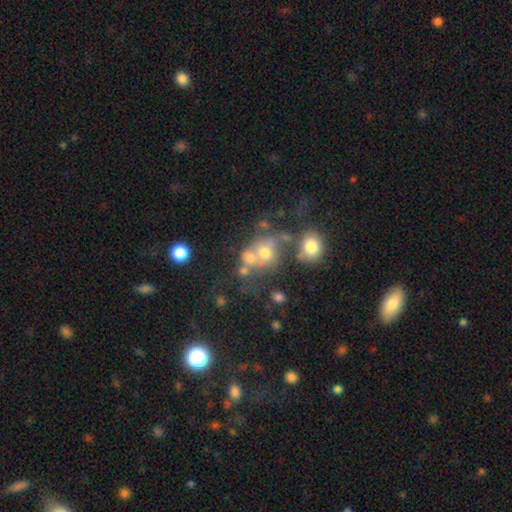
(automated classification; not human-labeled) This is possibly a smooth galaxy (55%). How rounded: likely round (69%). Merging: marginally merger (40%).